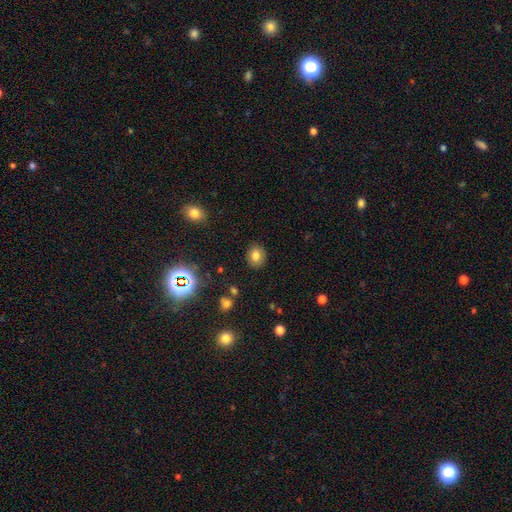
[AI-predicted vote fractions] A smooth galaxy with no disk features (78%) that is round (64%).

Vote fractions:
- Smooth or featured? smooth: 78% / star or artifact: 13% / featured or disk: 10%
- How rounded? round: 64% / in between: 35% / cigar-shaped: 1%
- Merging? none: 88% / minor disturbance: 8% / major disturbance: 2% / merger: 1%